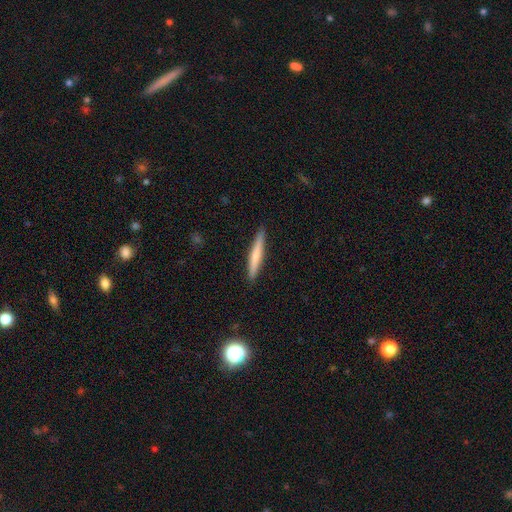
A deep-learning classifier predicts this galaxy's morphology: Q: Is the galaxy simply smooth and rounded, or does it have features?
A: smooth — 62%.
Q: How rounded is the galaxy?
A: cigar-shaped — 95%.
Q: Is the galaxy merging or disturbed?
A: none — 90%.